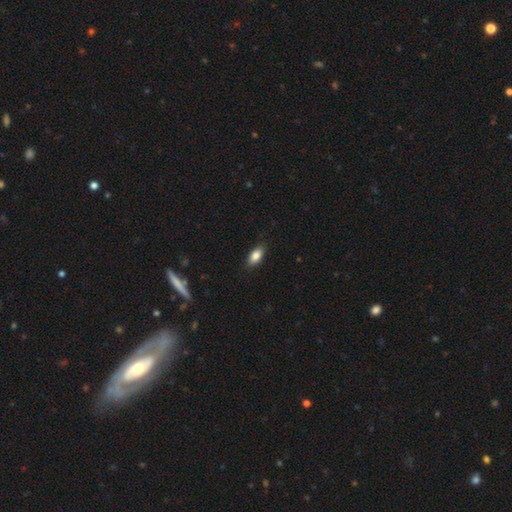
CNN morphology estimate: smooth-or-featured: smooth: 84% | featured or disk: 8% | star or artifact: 7%
  how-rounded: in between: 89% | cigar-shaped: 7% | round: 4%
  merging: none: 86% | minor disturbance: 11% | major disturbance: 2% | merger: 1%